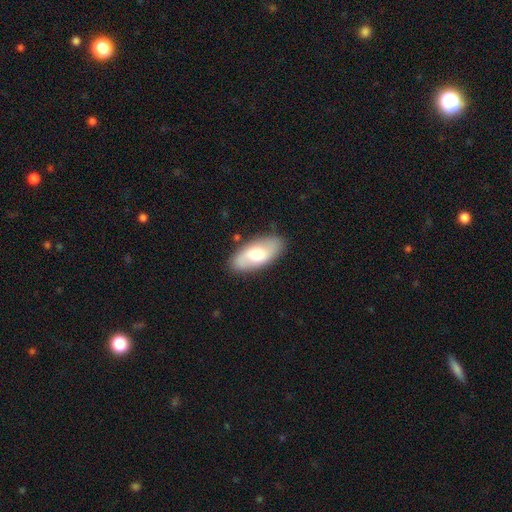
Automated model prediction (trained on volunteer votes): smooth 58%, featured or disk 36%, star or artifact 5%. Down the decision tree: how rounded — in between (90%); merging — none (85%).